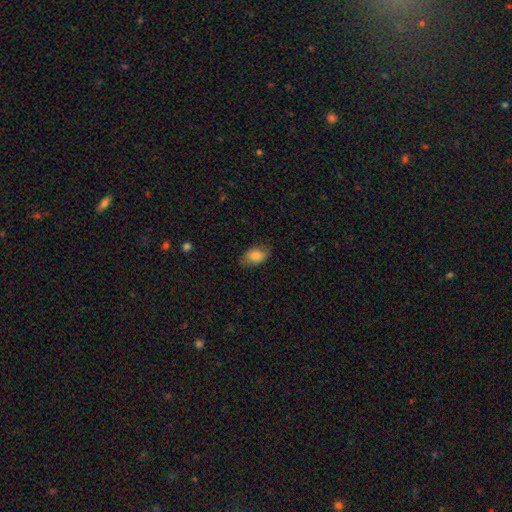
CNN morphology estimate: Smooth or featured?
  - smooth: 79% *
  - featured or disk: 13%
  - star or artifact: 8%
How rounded?
  - in between: 88% *
  - round: 10%
  - cigar-shaped: 2%
Merging?
  - none: 75% *
  - minor disturbance: 19%
  - major disturbance: 5%
  - merger: 1%